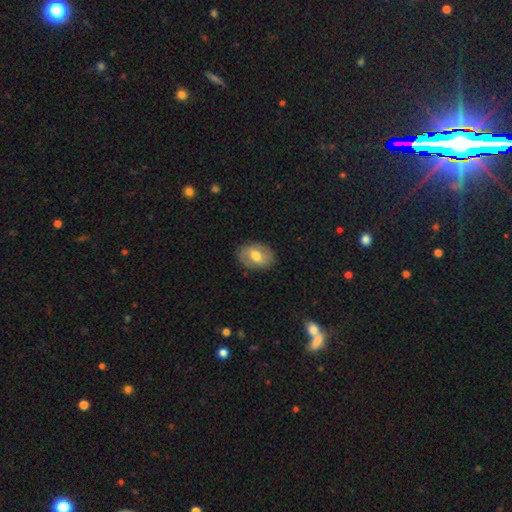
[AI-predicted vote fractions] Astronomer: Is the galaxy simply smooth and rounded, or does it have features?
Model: smooth — 60%.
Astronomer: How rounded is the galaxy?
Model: in between — 79%.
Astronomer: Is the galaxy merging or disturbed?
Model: none — 83%.